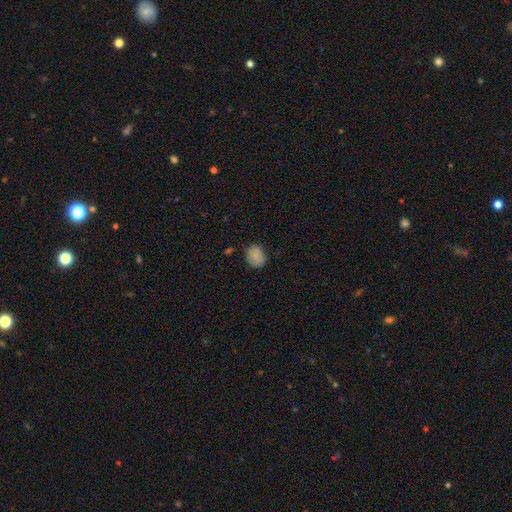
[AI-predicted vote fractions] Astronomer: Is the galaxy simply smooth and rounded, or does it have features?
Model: smooth — 83%.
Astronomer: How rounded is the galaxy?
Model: round — 57% (runner-up: in between, 42%).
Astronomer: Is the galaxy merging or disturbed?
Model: none — 73%.